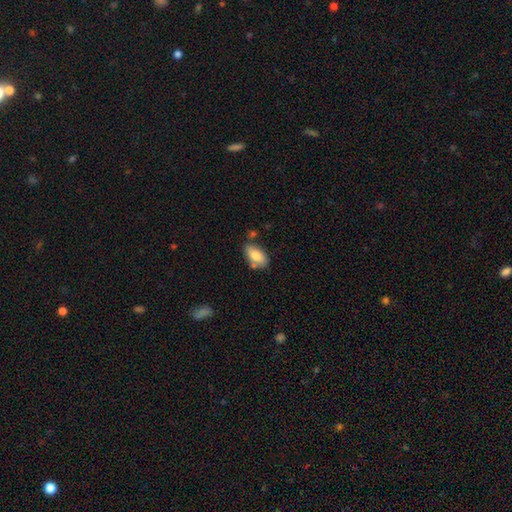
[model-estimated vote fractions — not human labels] Smooth or featured?
  - smooth: 80% *
  - featured or disk: 13%
  - star or artifact: 7%
How rounded?
  - in between: 92% *
  - round: 5%
  - cigar-shaped: 3%
Merging?
  - none: 65% *
  - minor disturbance: 20%
  - merger: 11%
  - major disturbance: 4%